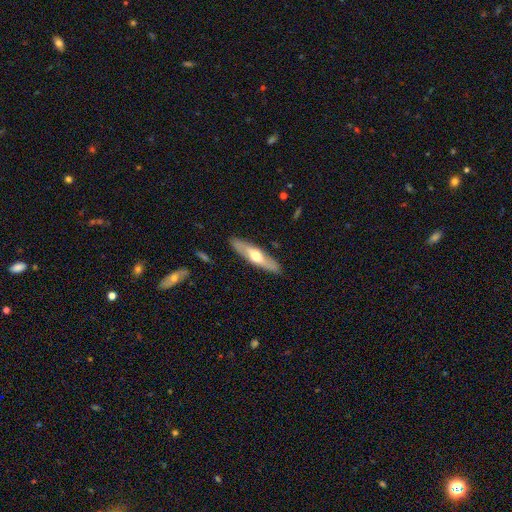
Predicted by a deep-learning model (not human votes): smooth_or_featured: featured or disk (p=0.53) [alt: smooth p=0.42]
disk_edge_on: yes (p=0.67) [alt: no p=0.33]
merging: none (p=0.88) [alt: minor disturbance p=0.09]